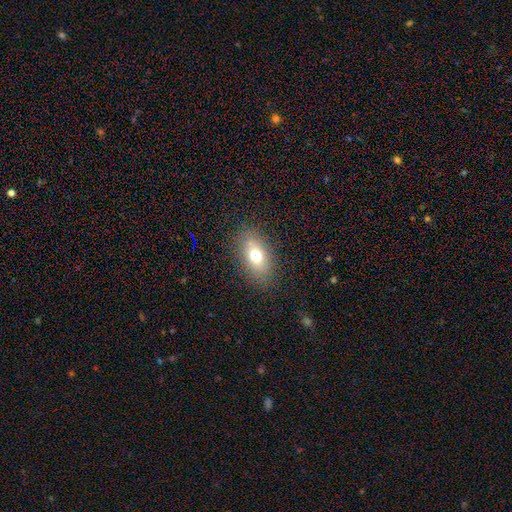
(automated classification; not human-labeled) smooth 69%, featured or disk 19%, star or artifact 12%. Down the decision tree: how rounded — in between (80%); merging — none (84%).